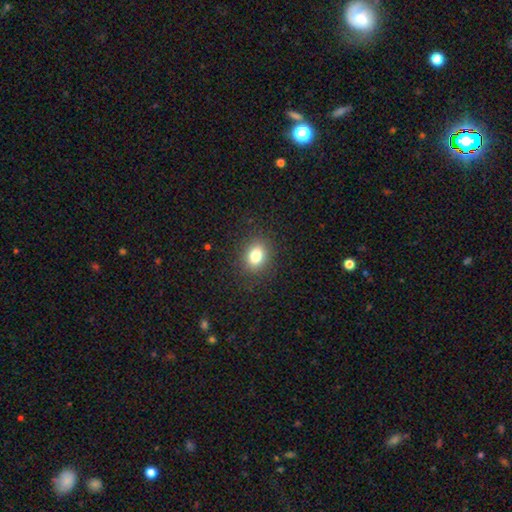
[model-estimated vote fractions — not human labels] Overall: smooth (81%). How rounded: round (50%; in between 49%). Merging: none (88%).